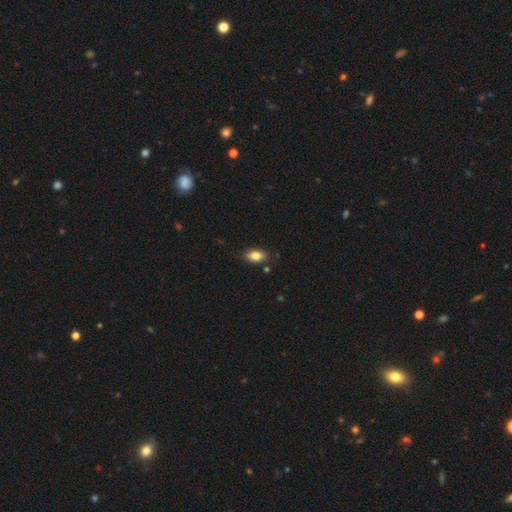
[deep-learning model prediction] Smooth or featured? Predicted: smooth (p=0.83). How rounded? Predicted: in between (p=0.89). Merging? Predicted: none (p=0.83).